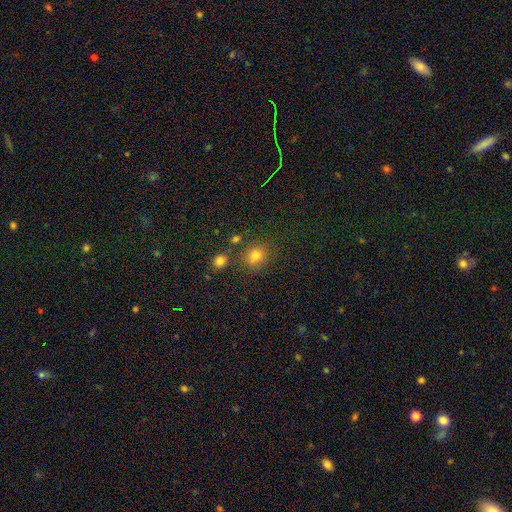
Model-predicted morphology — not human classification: Q: Smooth or featured?
A: smooth (77%); runner-up: star or artifact (16%)
Q: How rounded?
A: round (77%); runner-up: in between (22%)
Q: Merging?
A: none (74%); runner-up: minor disturbance (13%)